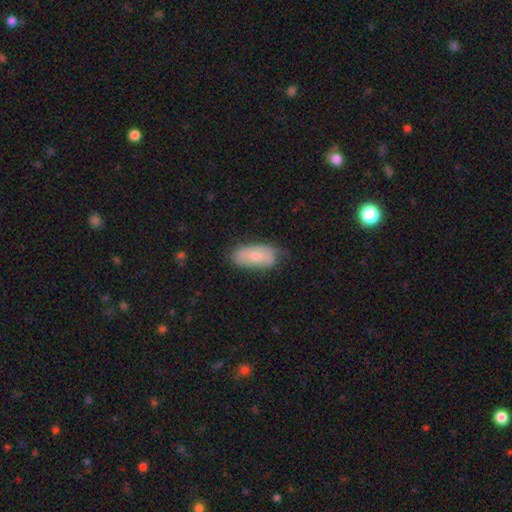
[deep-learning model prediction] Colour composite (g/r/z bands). It shows a smooth galaxy with no disk features (63%) that is in between round and cigar-shaped (91%). Merging: none (62%).